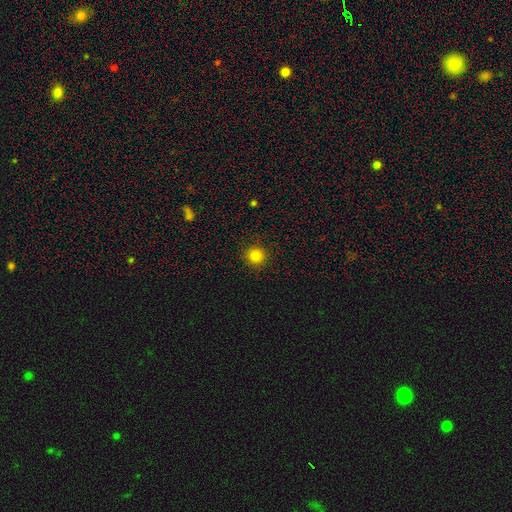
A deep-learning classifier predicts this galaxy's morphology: The model was most divided on "smooth or featured": smooth: 83%, star or artifact: 13%, featured or disk: 4%. More confident: how rounded — round (95%); merging — none (91%).